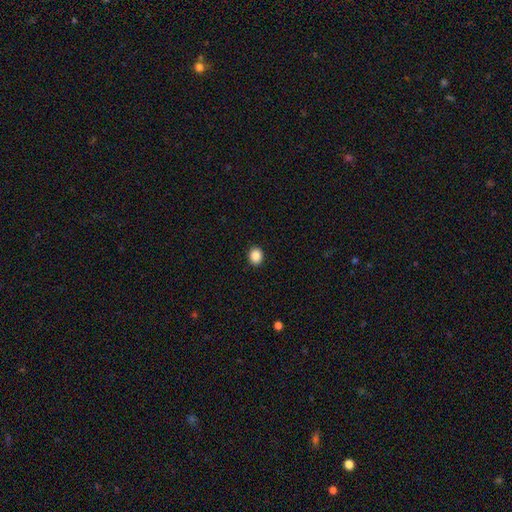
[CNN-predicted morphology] This is clearly a smooth galaxy (88%). How rounded: possibly round (59%). Merging: clearly none (92%).